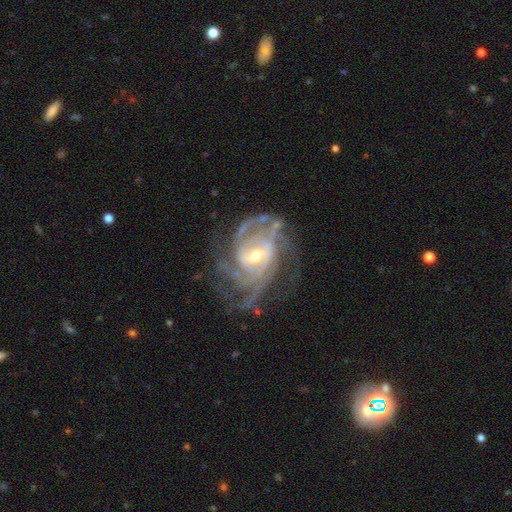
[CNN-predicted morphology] This is clearly a featured or disk galaxy (92%). It is clearly not viewed edge-on (98%). Bar: possibly weak (49%). Spiral arm pattern: clearly yes (98%). Spiral arm count: marginally 3 (24%). Spiral winding: possibly tight (59%). Central bulge: possibly small (49%). Merging: likely none (65%).